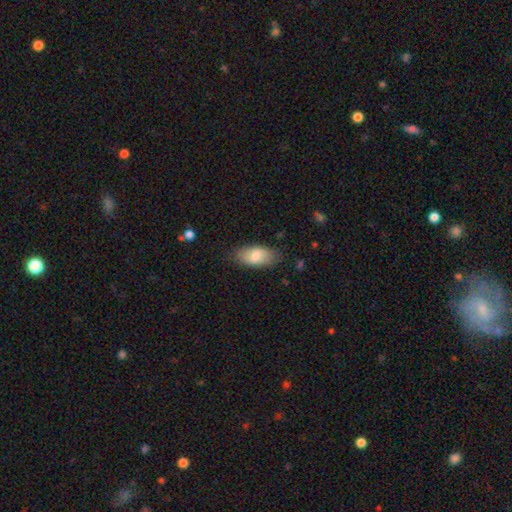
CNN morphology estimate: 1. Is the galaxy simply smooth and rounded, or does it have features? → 78% smooth, 16% featured or disk, 6% star or artifact.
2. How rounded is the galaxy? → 91% in between, 6% cigar-shaped, 3% round.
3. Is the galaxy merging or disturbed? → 80% none, 15% minor disturbance, 4% major disturbance, 1% merger.